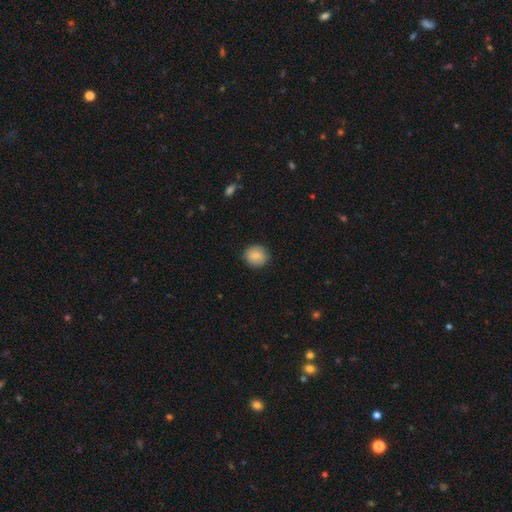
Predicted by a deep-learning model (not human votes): Smooth or featured? Predicted: smooth (p=0.78). How rounded? Predicted: round (p=0.87). Merging? Predicted: none (p=0.87).